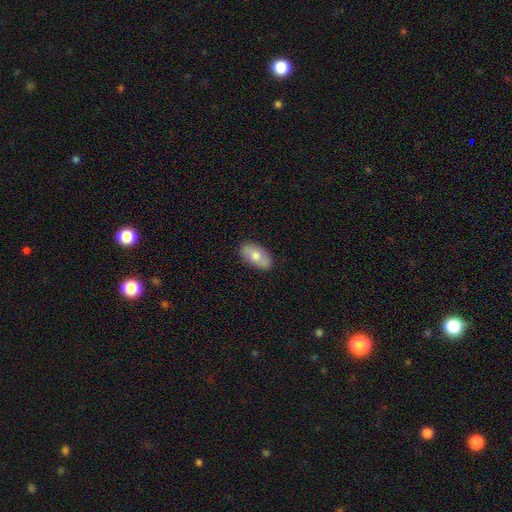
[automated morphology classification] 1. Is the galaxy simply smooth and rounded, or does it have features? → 73% smooth, 21% featured or disk, 6% star or artifact.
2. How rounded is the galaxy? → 94% in between, 4% round, 3% cigar-shaped.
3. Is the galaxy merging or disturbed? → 85% none, 12% minor disturbance, 2% major disturbance, 1% merger.